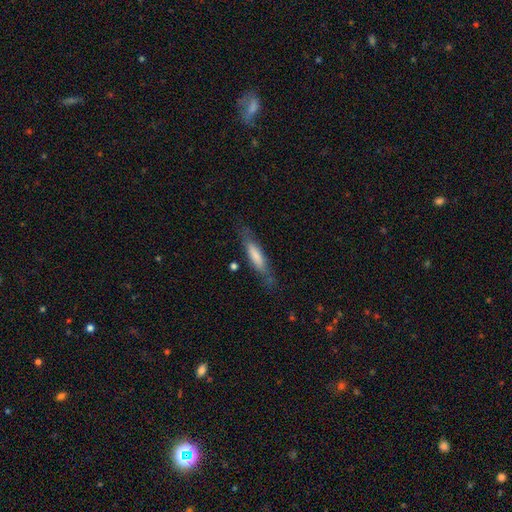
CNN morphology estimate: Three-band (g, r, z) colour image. It shows a smooth galaxy with no disk features (72%) that is cigar-shaped (76%). Merging: none (73%).